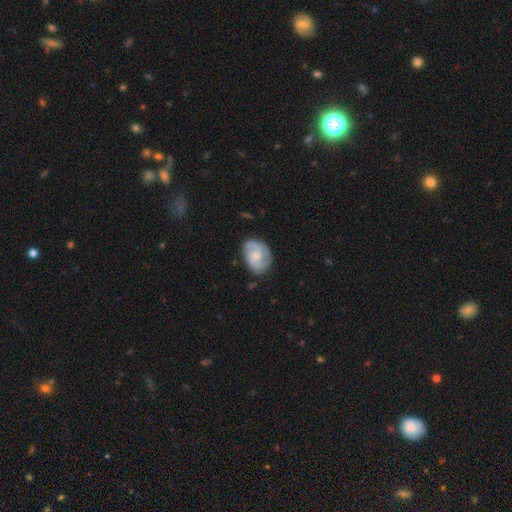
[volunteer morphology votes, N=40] A featured or disk galaxy (80%) with no bar (75%), 2 (81%) medium (68%) spiral arms (97%) and a small central bulge (53%). Merging: none (72%).